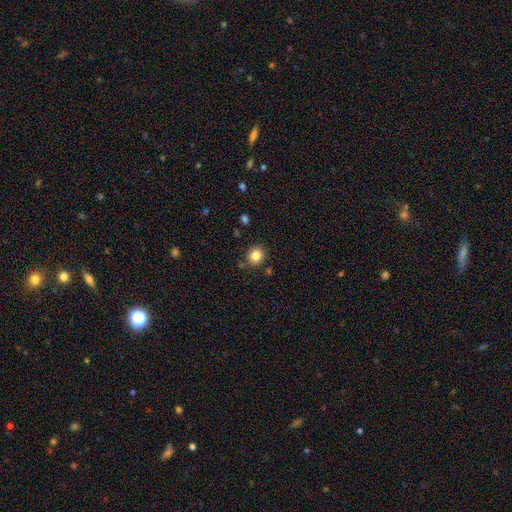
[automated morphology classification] The model was most divided on "how rounded": round: 85%, in between: 14%, cigar-shaped: 1%. More confident: merging — none (88%); smooth or featured — smooth (84%).